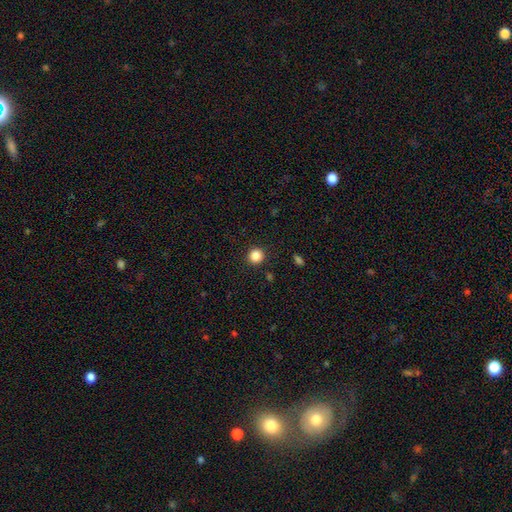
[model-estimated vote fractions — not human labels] Smooth or featured: smooth — 85% (star or artifact — 11%)
How rounded: round — 92% (in between — 7%)
Merging: none — 91% (minor disturbance — 5%)